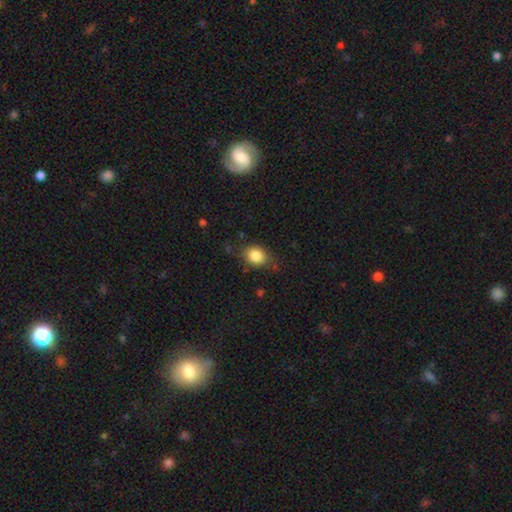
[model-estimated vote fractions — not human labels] Smooth or featured?
  - smooth: 84% *
  - star or artifact: 9%
  - featured or disk: 7%
How rounded?
  - in between: 50% *
  - round: 49%
  - cigar-shaped: 1%
Merging?
  - none: 73% *
  - minor disturbance: 20%
  - major disturbance: 5%
  - merger: 2%